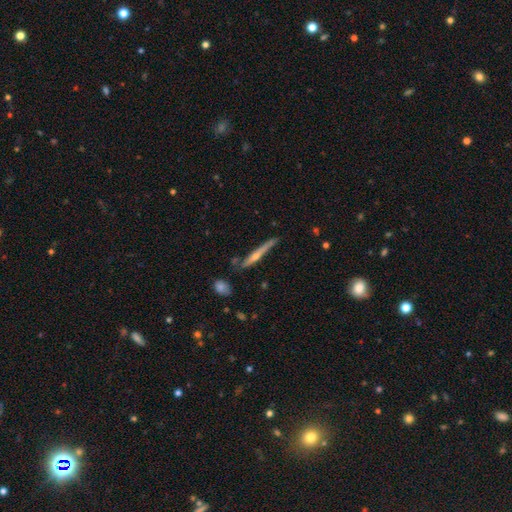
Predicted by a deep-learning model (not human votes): Overall: featured or disk (64%). Edge-on disk: yes (92%). Edge-on bulge: rounded (73%). Merging: none (73%).